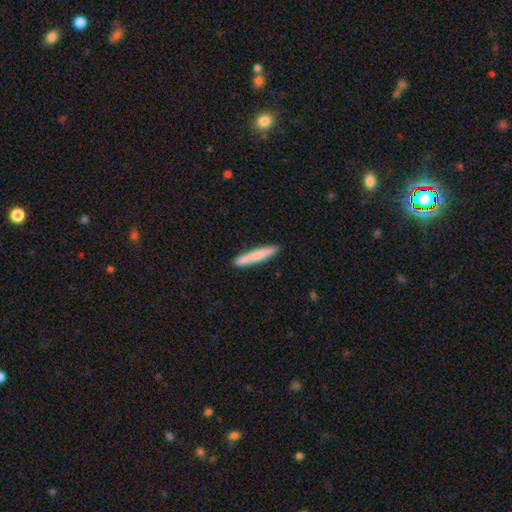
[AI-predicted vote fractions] Overall: smooth (73%). How rounded: cigar-shaped (95%). Merging: none (89%).